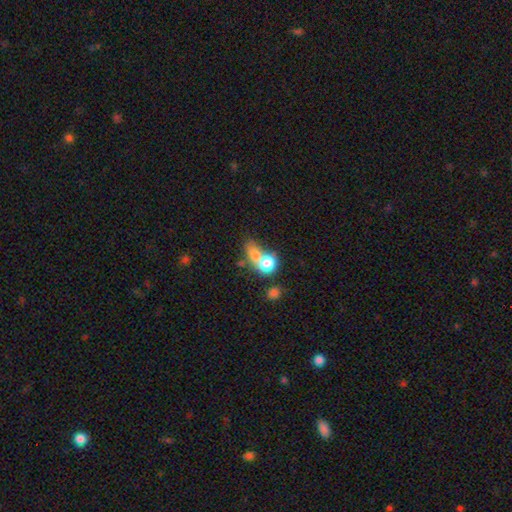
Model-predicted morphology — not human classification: smooth 71%, featured or disk 19%, star or artifact 10%. Down the decision tree: how rounded — round (50%); merging — merger (62%).